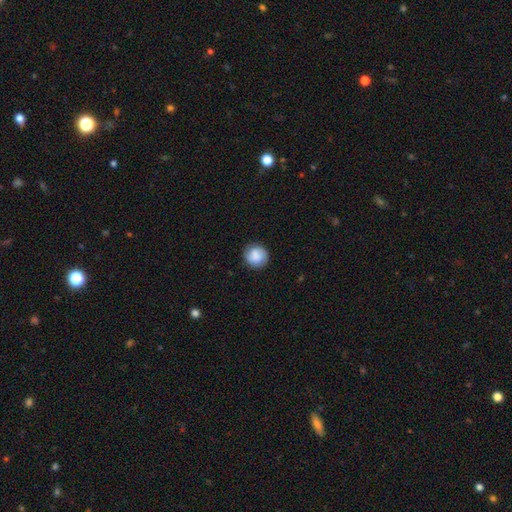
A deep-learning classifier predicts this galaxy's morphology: Smooth or featured: smooth — 83% (featured or disk — 10%)
How rounded: round — 91% (in between — 8%)
Merging: none — 85% (minor disturbance — 11%)